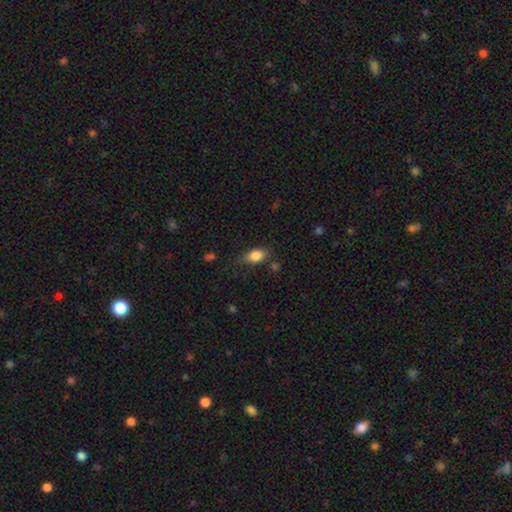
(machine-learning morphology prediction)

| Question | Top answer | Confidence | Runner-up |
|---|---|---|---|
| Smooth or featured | smooth | 83% | featured or disk (9%) |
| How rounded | in between | 84% | round (11%) |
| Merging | none | 68% | minor disturbance (23%) |